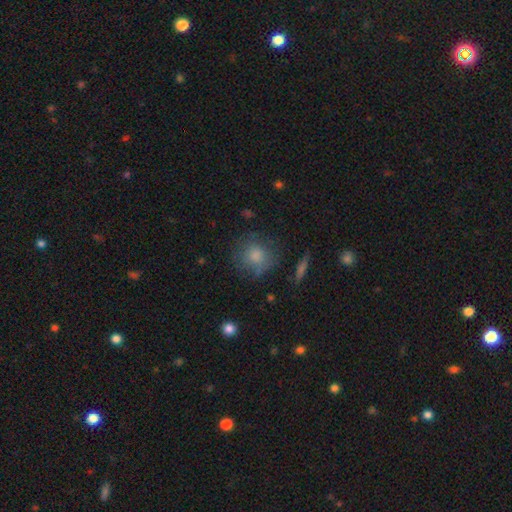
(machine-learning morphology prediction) Smooth or featured? Predicted: smooth (p=0.71). How rounded? Predicted: round (p=0.89). Merging? Predicted: none (p=0.74).